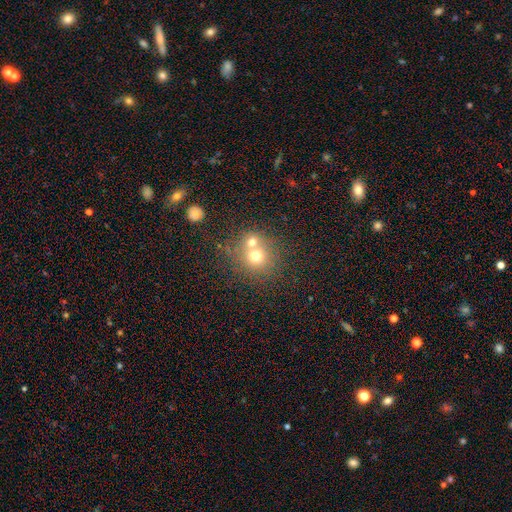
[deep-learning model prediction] Smooth or featured? Predicted: smooth (p=0.68). How rounded? Predicted: round (p=0.86). Merging? Predicted: none (p=0.46).